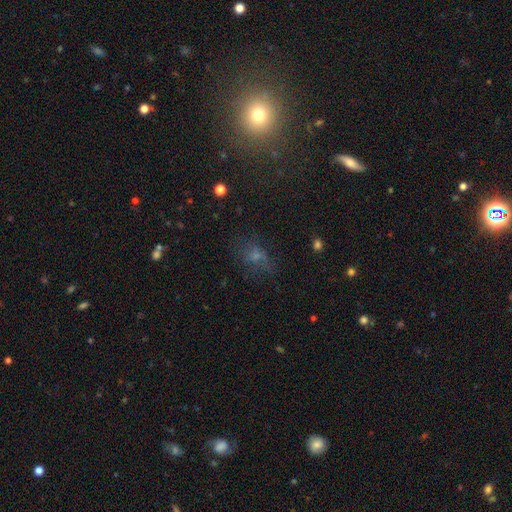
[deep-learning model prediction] This appears to be a smooth galaxy with no disk features (51%) that is in between round and cigar-shaped (64%). Merging: none (52%).